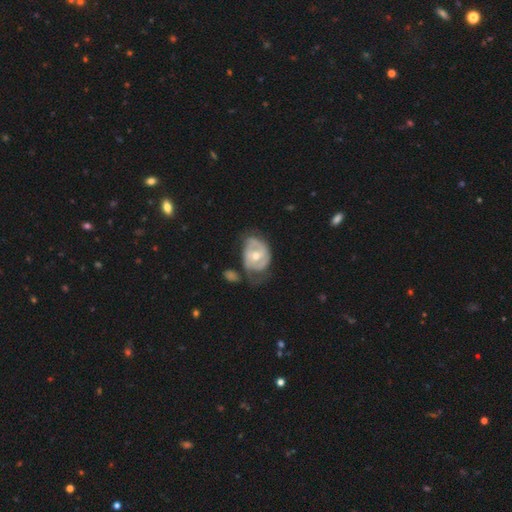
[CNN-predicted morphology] Smooth or featured? featured or disk (68%)
Edge-on disk? no (96%)
Bar? no (59%)
Spiral arms? yes (66%)
Bulge size? moderate (61%)
Merging? none (35%)